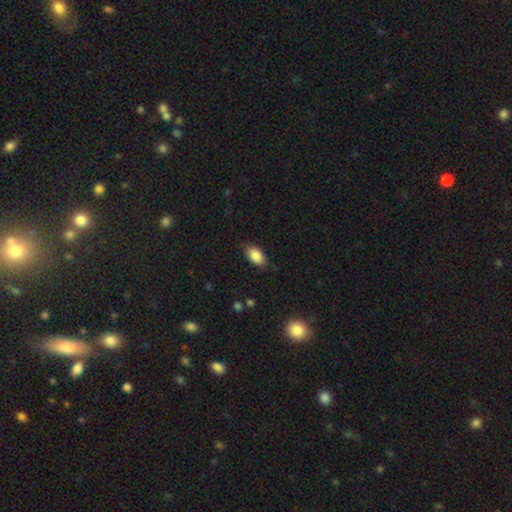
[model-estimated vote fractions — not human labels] Smooth or featured? smooth (87%)
How rounded? in between (93%)
Merging? none (83%)